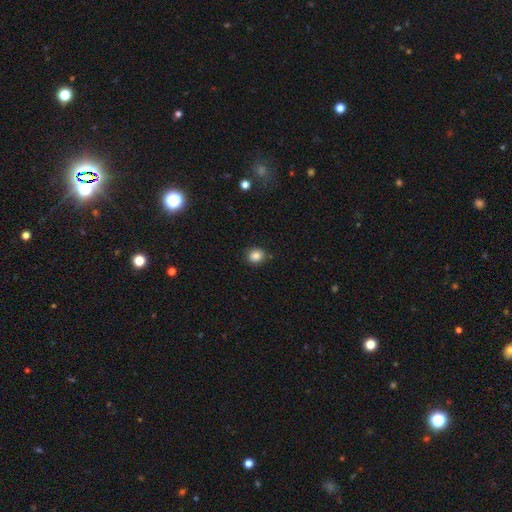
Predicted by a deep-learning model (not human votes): This appears to be a smooth galaxy with no disk features (86%) that is round (77%). Merging: none (87%).